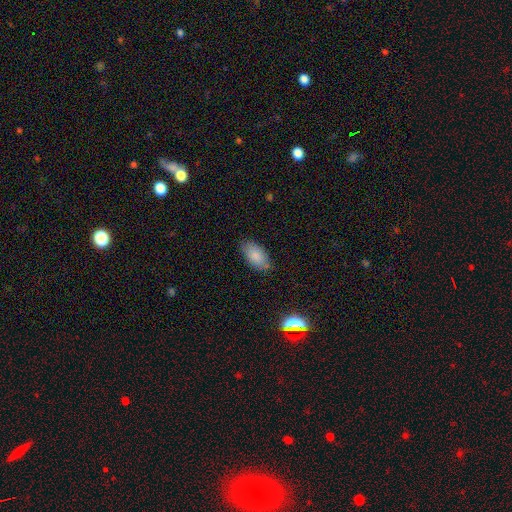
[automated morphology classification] This is clearly a smooth galaxy (85%). How rounded: clearly in between (92%). Merging: clearly none (81%).